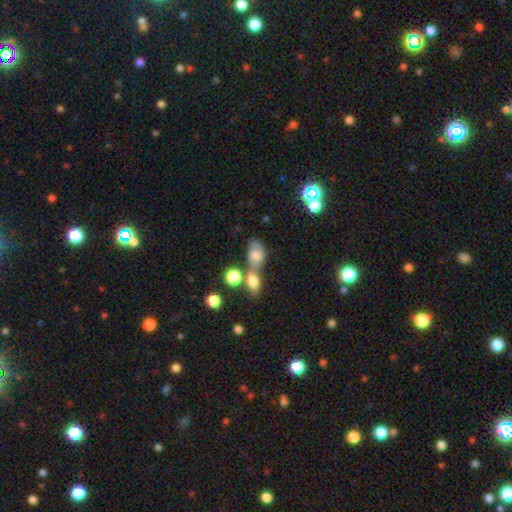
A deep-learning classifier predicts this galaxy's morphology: smooth_or_featured: smooth (p=0.64) [alt: featured or disk p=0.21]
how_rounded: in between (p=0.75) [alt: round p=0.21]
merging: merger (p=0.48) [alt: none p=0.29]